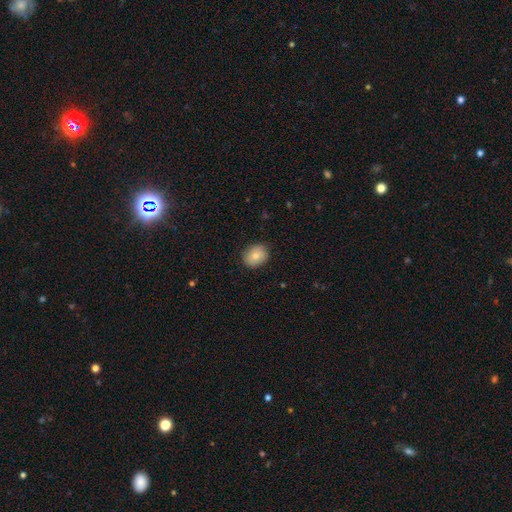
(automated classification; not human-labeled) The model was most divided on "how rounded": in between: 55%, round: 44%, cigar-shaped: 1%. More confident: merging — none (84%); smooth or featured — smooth (78%).